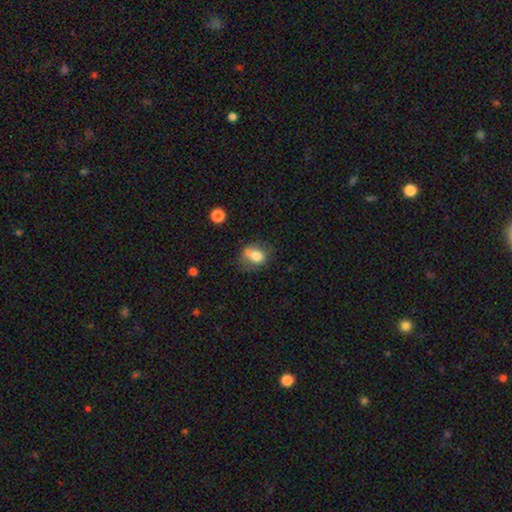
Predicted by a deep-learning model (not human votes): smooth-or-featured: smooth: 75% | featured or disk: 15% | star or artifact: 10%
  how-rounded: in between: 65% | round: 33% | cigar-shaped: 2%
  merging: none: 48% | minor disturbance: 31% | major disturbance: 15% | merger: 6%